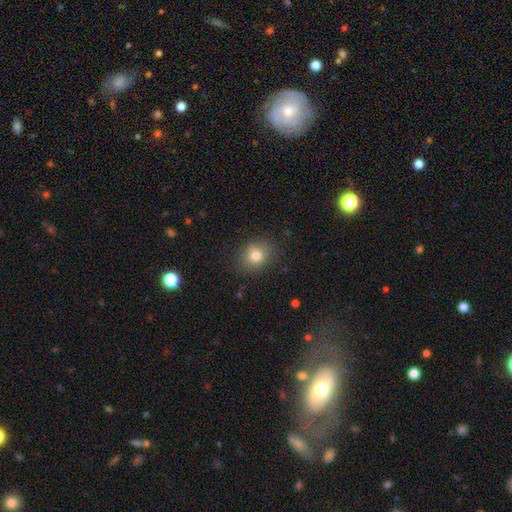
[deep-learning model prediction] Morphology: type=smooth (78%); roundness=round (65%); merging=none (84%).